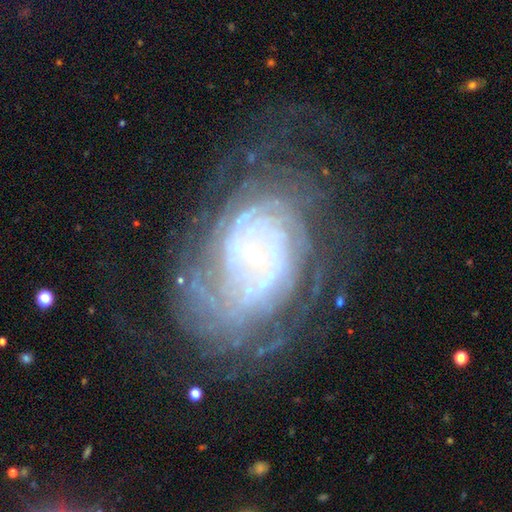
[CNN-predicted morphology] smooth-or-featured: featured or disk: 86% | star or artifact: 8% | smooth: 7%
  disk-edge-on: no: 97% | yes: 3%
    bar: no: 73% | weak: 20% | strong: 7%
    has-spiral-arms: yes: 94% | no: 6%
      spiral-winding: tight: 76% | medium: 19% | loose: 6%
      spiral-arm-count: can't tell: 39% | more than 4: 19% | 4: 13% | 2: 12% | 3: 10% | 1: 7%
    bulge-size: small: 84% | moderate: 10% | none: 2% | large: 2% | dominant: 1%
  merging: none: 62% | minor disturbance: 19% | major disturbance: 16% | merger: 3%